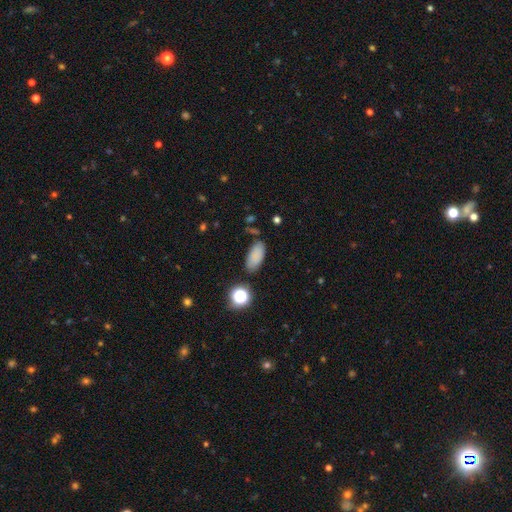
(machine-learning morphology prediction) type=smooth (84%); roundness=in between (89%); merging=none (80%).